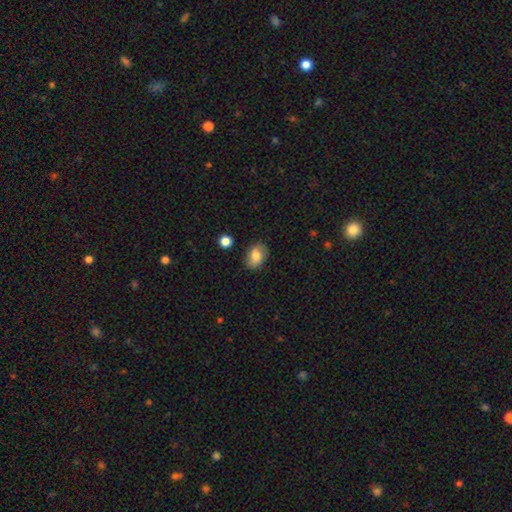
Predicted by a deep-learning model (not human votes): Overall: smooth (74%). How rounded: in between (78%). Merging: none (78%).